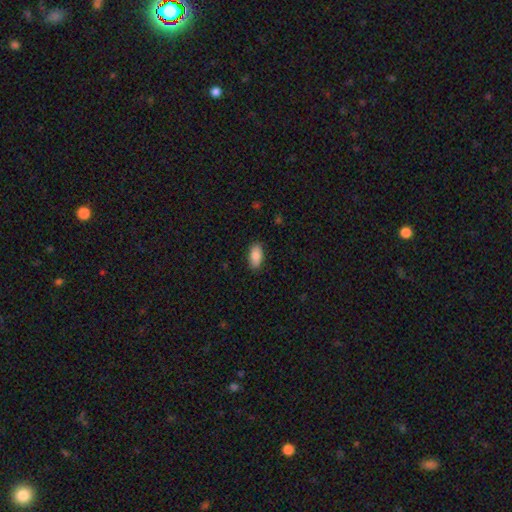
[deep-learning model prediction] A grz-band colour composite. It shows a smooth galaxy with no disk features (85%) that is in between round and cigar-shaped (92%). Merging: none (88%).